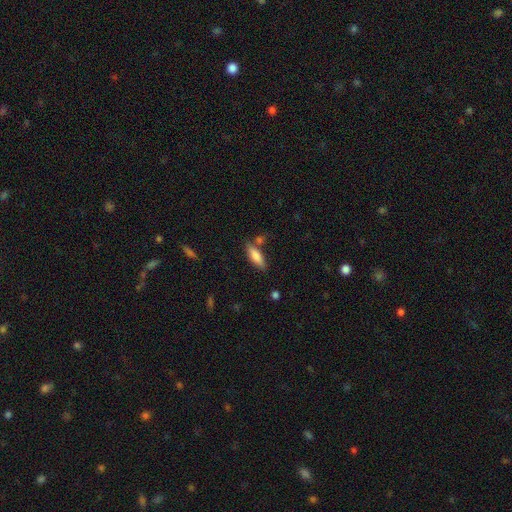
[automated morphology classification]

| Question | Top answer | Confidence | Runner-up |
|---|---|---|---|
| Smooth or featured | smooth | 78% | featured or disk (15%) |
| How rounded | in between | 56% | cigar-shaped (42%) |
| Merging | none | 73% | minor disturbance (15%) |